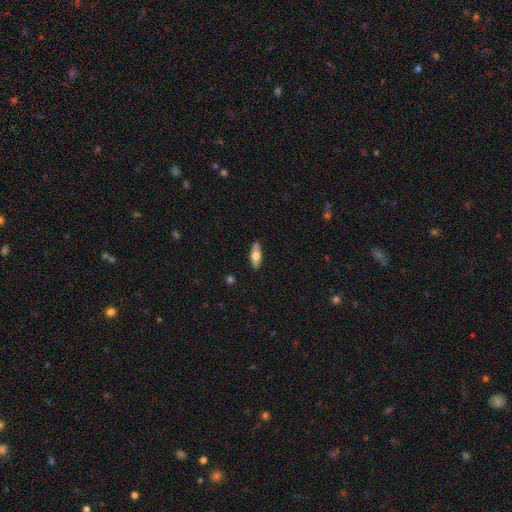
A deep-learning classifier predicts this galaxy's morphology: Smooth or featured? smooth (63%)
How rounded? in between (65%)
Merging? none (88%)